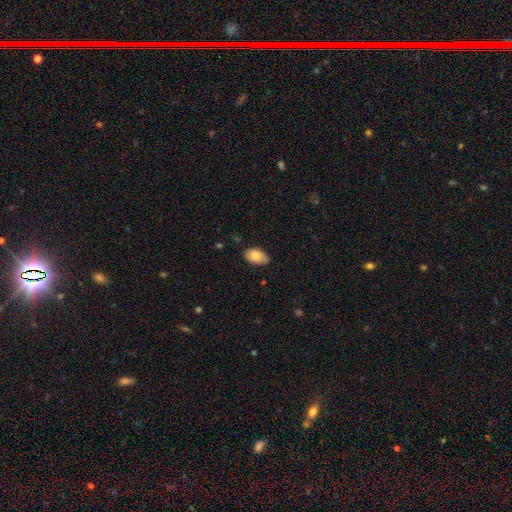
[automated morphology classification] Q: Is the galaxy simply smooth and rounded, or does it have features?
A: smooth — 77%.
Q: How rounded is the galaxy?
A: in between — 93%.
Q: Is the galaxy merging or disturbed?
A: none — 76%.